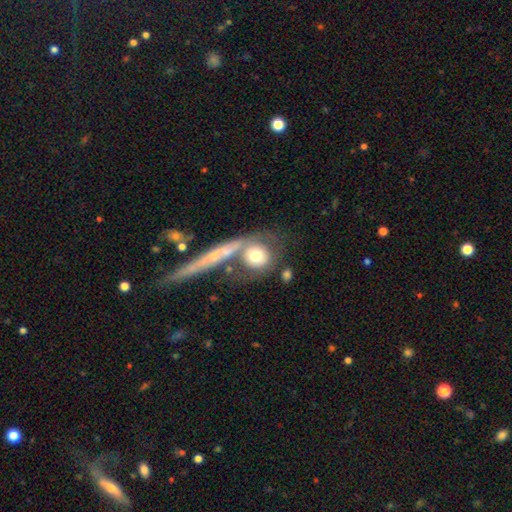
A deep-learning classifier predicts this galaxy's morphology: smooth_or_featured: smooth (p=0.66) [alt: featured or disk p=0.27]
how_rounded: round (p=0.82) [alt: in between p=0.13]
merging: none (p=0.43) [alt: merger p=0.34]